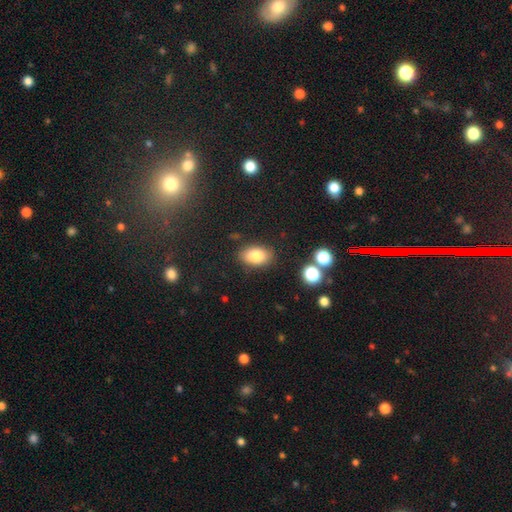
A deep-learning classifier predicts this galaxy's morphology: Smooth or featured: smooth — 81% (star or artifact — 9%)
How rounded: in between — 86% (round — 12%)
Merging: none — 84% (minor disturbance — 11%)